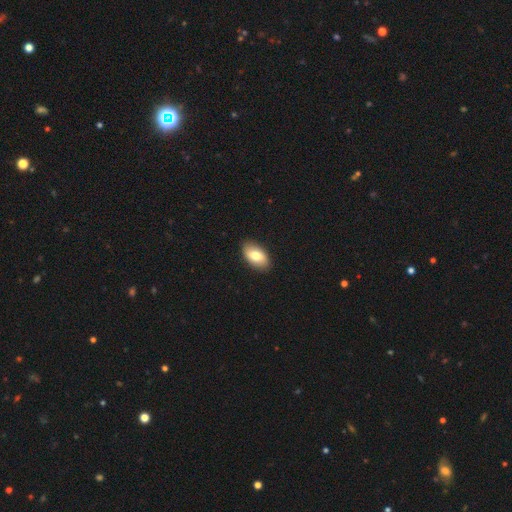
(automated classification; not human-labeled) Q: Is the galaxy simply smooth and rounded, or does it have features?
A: smooth — 74%.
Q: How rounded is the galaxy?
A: in between — 93%.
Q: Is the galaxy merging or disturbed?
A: none — 89%.